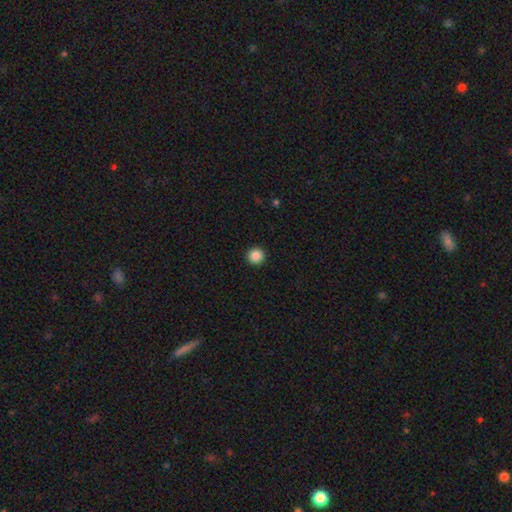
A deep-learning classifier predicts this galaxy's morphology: smooth_or_featured: smooth (p=0.87) [alt: star or artifact p=0.10]
how_rounded: round (p=0.96) [alt: in between p=0.03]
merging: none (p=0.94) [alt: minor disturbance p=0.04]